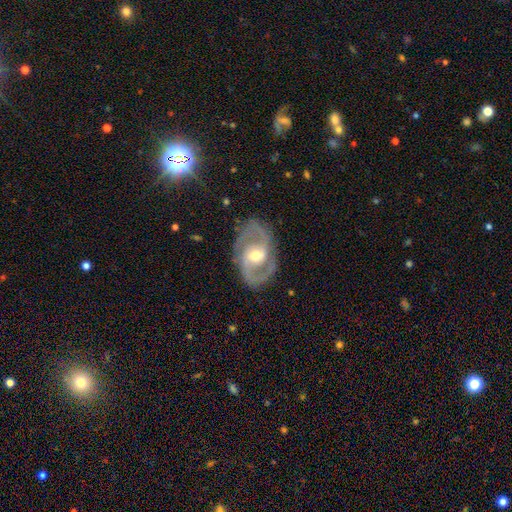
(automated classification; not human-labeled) The model was most divided on "bar": weak: 48%, no: 29%, strong: 22%. More confident: edge-on disk — no (97%); spiral arms — yes (94%); spiral arm count — 2 (90%); smooth or featured — featured or disk (88%); merging — none (82%); bulge size — moderate (67%); spiral winding — medium (57%).